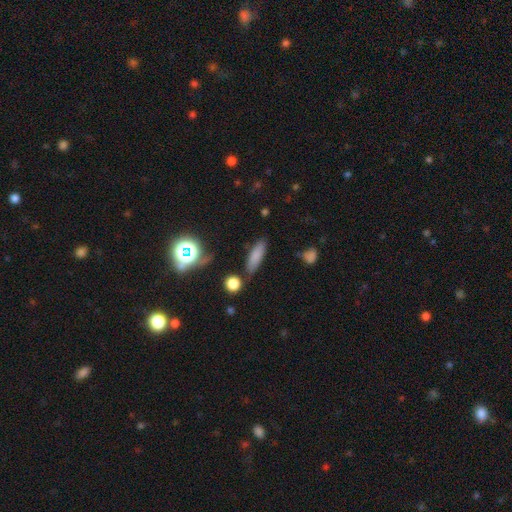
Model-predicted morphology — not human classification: smooth-or-featured: smooth: 78% | star or artifact: 12% | featured or disk: 11%
  how-rounded: cigar-shaped: 54% | in between: 42% | round: 3%
  merging: none: 78% | minor disturbance: 14% | merger: 4% | major disturbance: 4%